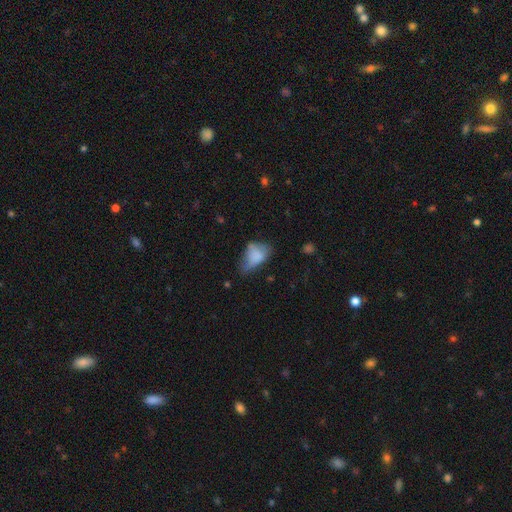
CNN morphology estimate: Smooth or featured? smooth (70%)
How rounded? in between (87%)
Merging? minor disturbance (37%)